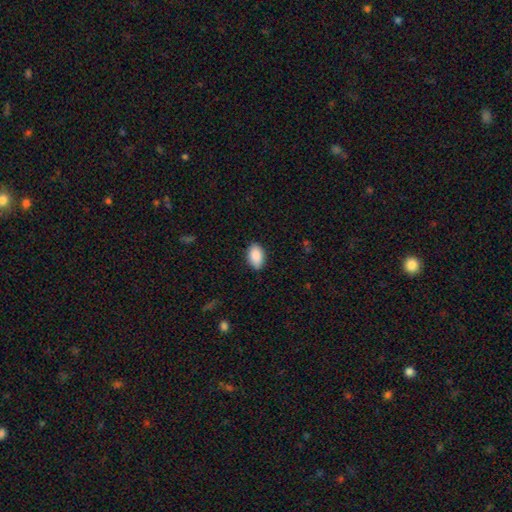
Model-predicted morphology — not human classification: The model was most divided on "merging": none: 86%, minor disturbance: 11%, major disturbance: 2%, merger: 1%. More confident: how rounded — in between (92%); smooth or featured — smooth (89%).